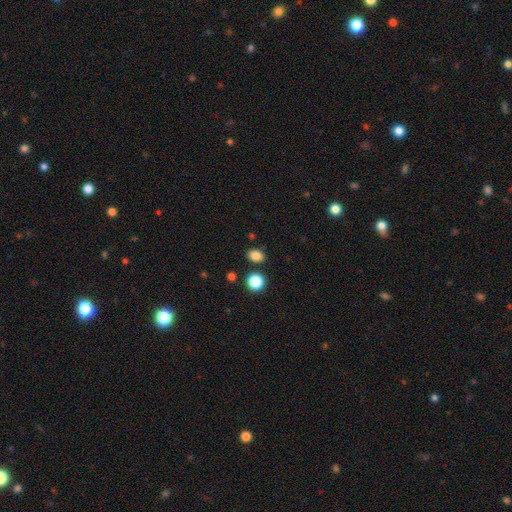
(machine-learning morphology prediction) smooth 83%, star or artifact 12%, featured or disk 5%. Down the decision tree: how rounded — in between (62%); merging — none (84%).